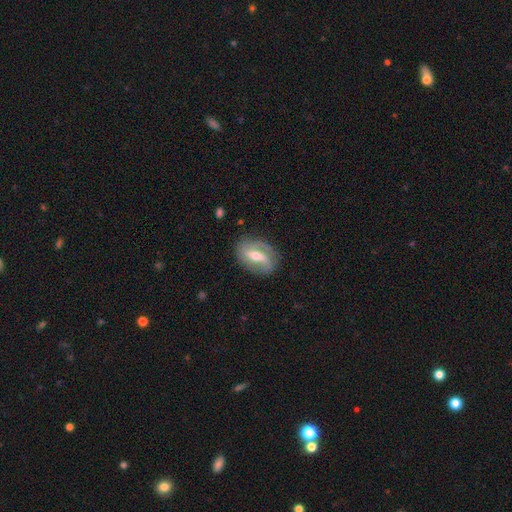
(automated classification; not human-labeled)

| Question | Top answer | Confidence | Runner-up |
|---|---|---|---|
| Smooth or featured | featured or disk | 75% | smooth (19%) |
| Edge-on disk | no | 94% | yes (6%) |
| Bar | strong | 43% | weak (40%) |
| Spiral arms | yes | 86% | no (14%) |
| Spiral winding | medium | 40% | loose (34%) |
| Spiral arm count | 2 | 73% | can't tell (11%) |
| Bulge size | moderate | 60% | small (33%) |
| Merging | none | 77% | minor disturbance (16%) |